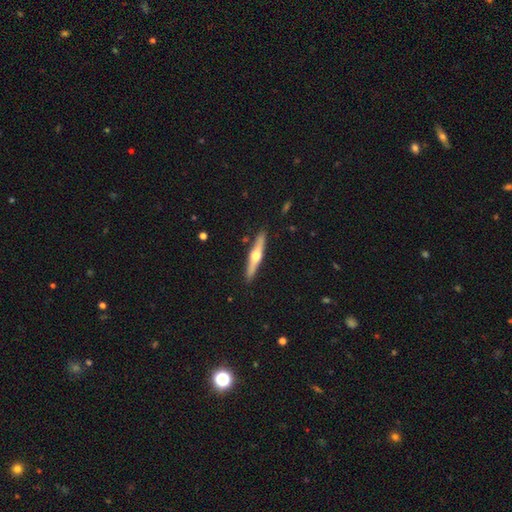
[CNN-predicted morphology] A featured or disk galaxy (64%) viewed edge-on (96%) with a rounded central bulge (94%). Merging: none (90%).